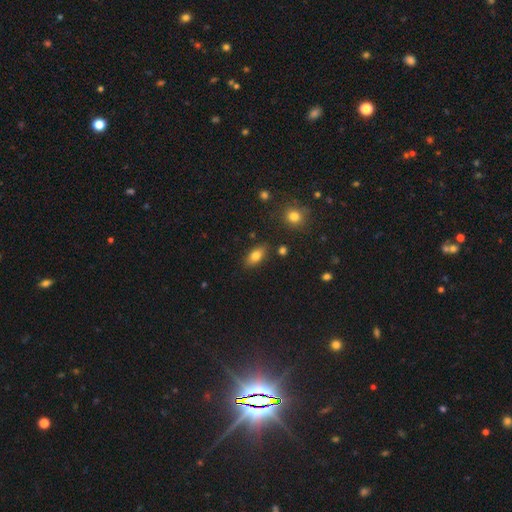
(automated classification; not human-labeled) Smooth or featured? Predicted: smooth (p=0.81). How rounded? Predicted: in between (p=0.88). Merging? Predicted: none (p=0.83).